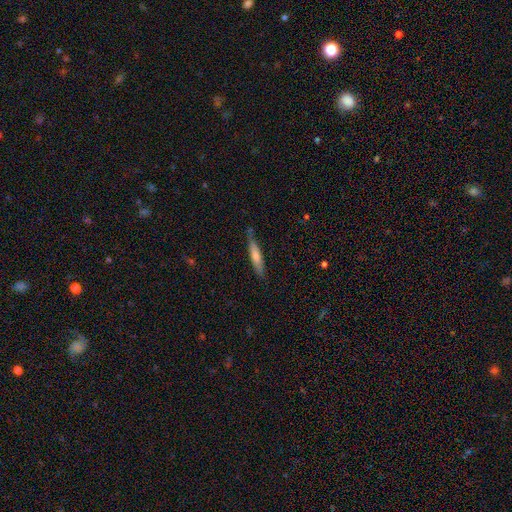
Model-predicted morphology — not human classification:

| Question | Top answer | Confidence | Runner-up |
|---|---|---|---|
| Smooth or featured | smooth | 66% | featured or disk (29%) |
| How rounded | cigar-shaped | 88% | in between (10%) |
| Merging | none | 77% | minor disturbance (18%) |